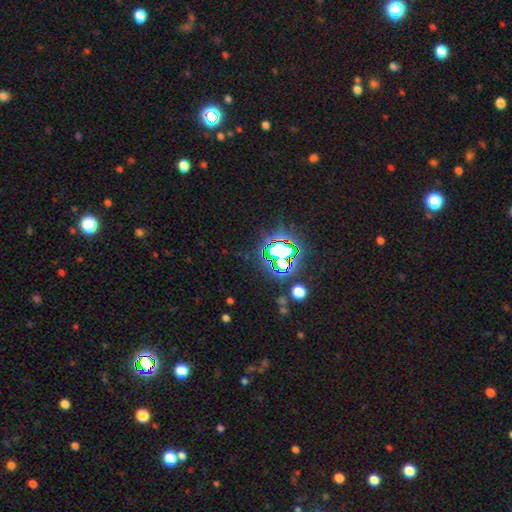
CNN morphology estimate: Smooth or featured: star or artifact — 80% (smooth — 13%)